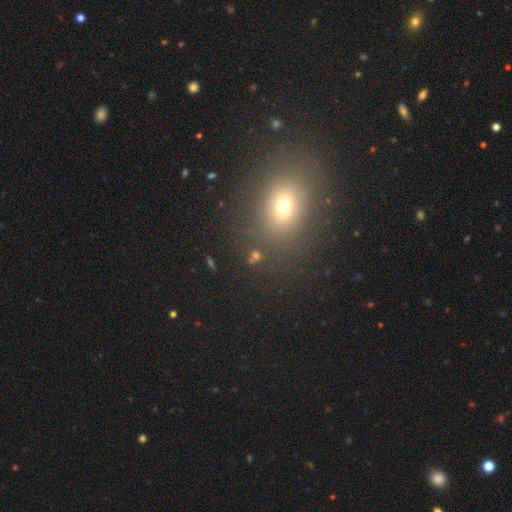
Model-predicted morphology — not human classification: This appears to be a smooth galaxy with no disk features (56%) that is round (57%). Merging: none (77%).